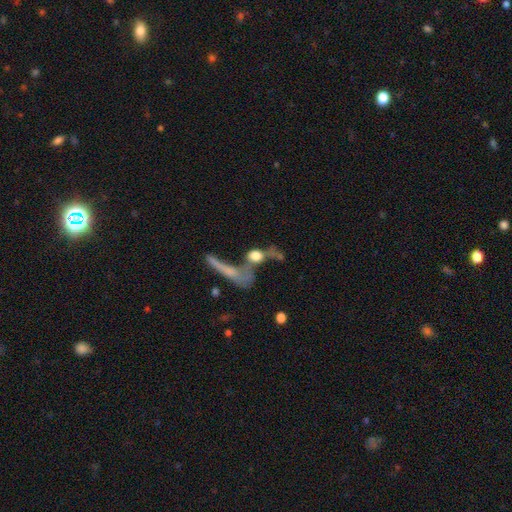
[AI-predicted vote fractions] A smooth galaxy with no disk features (52%) that is in between round and cigar-shaped (40%, tied with round).

Vote fractions:
- Smooth or featured? smooth: 52% / featured or disk: 35% / star or artifact: 13%
- How rounded? in between: 40% (tied) / round: 40% (tied) / cigar-shaped: 21%
- Merging? merger: 47% / major disturbance: 22% / none: 21% / minor disturbance: 10%